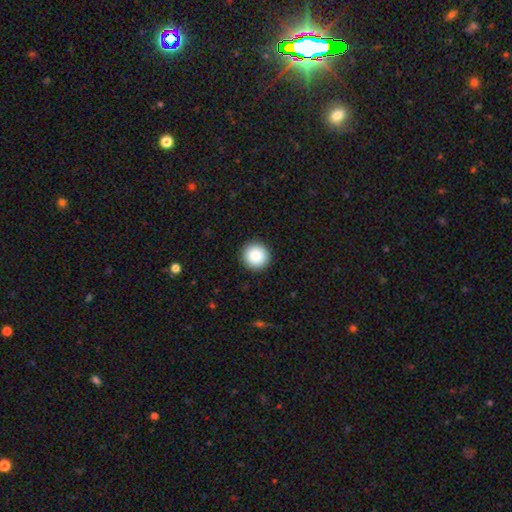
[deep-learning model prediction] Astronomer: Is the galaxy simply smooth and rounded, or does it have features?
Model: smooth — 88%.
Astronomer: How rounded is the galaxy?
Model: round — 95%.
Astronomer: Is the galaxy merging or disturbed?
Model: none — 93%.